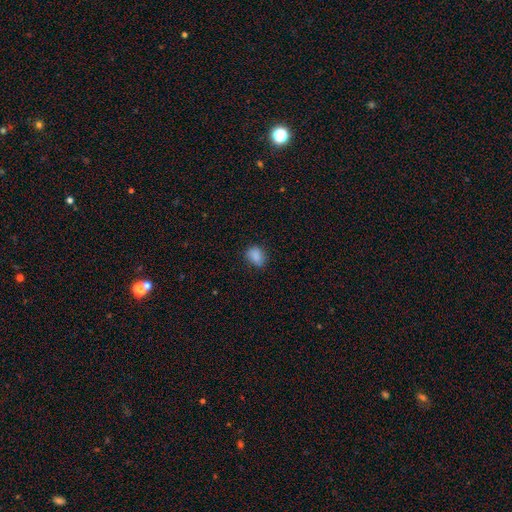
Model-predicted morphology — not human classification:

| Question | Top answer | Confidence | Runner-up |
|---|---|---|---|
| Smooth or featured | smooth | 86% | star or artifact (9%) |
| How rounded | in between | 67% | round (32%) |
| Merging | none | 75% | minor disturbance (19%) |